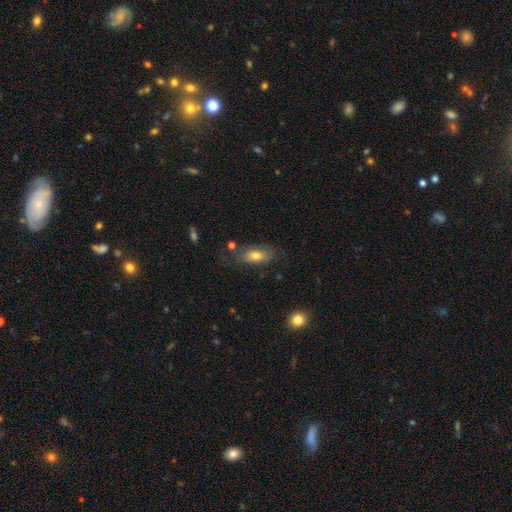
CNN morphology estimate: Smooth or featured: smooth — 66% (featured or disk — 25%)
How rounded: in between — 84% (cigar-shaped — 12%)
Merging: none — 65% (minor disturbance — 22%)